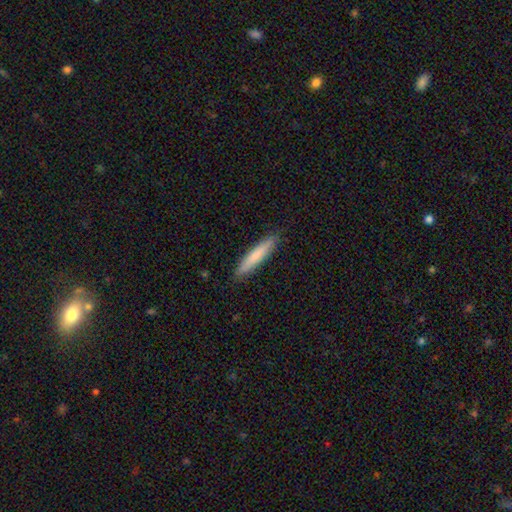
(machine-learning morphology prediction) This is likely a smooth galaxy (74%). How rounded: clearly cigar-shaped (92%). Merging: clearly none (90%).